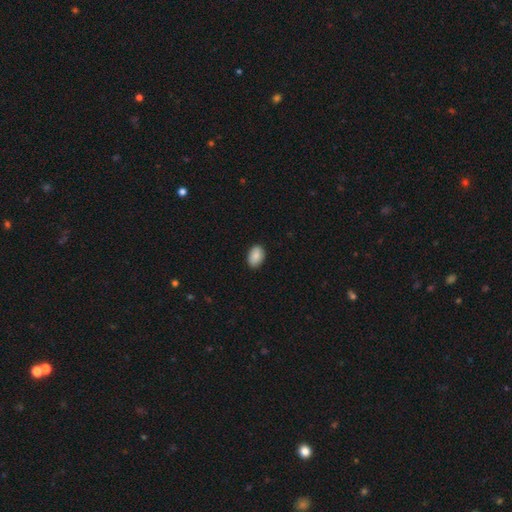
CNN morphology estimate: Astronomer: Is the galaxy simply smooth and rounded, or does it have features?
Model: smooth — 88%.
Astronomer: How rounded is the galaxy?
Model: in between — 86%.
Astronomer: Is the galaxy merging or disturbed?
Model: none — 88%.